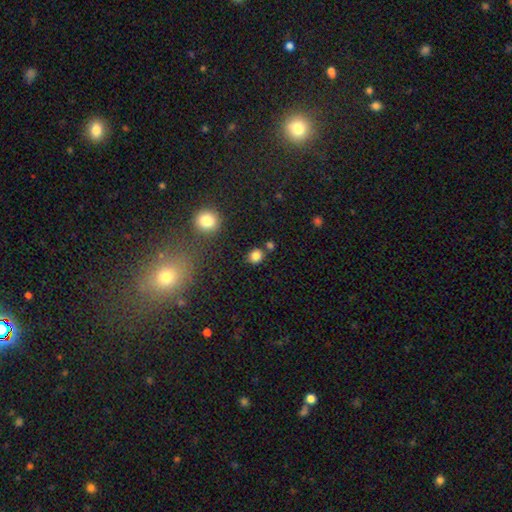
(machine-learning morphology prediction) A smooth galaxy with no disk features (82%) that is round (74%).

Vote fractions:
- Smooth or featured? smooth: 82% / star or artifact: 13% / featured or disk: 5%
- How rounded? round: 74% / in between: 25% / cigar-shaped: 1%
- Merging? none: 77% / minor disturbance: 11% / merger: 9% / major disturbance: 3%